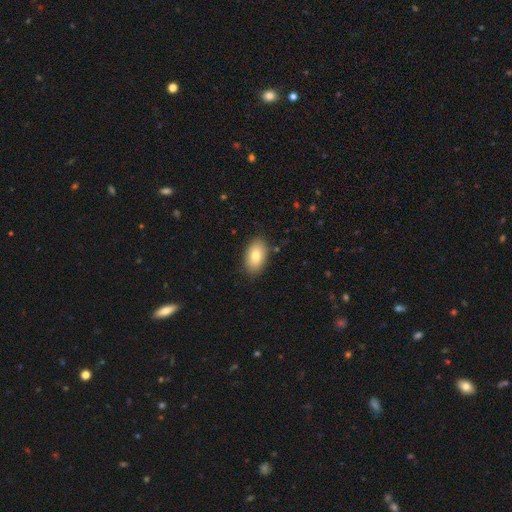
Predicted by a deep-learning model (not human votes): smooth-or-featured: smooth: 79% | featured or disk: 13% | star or artifact: 8%
  how-rounded: in between: 91% | round: 7% | cigar-shaped: 2%
  merging: none: 86% | minor disturbance: 11% | major disturbance: 2% | merger: 1%